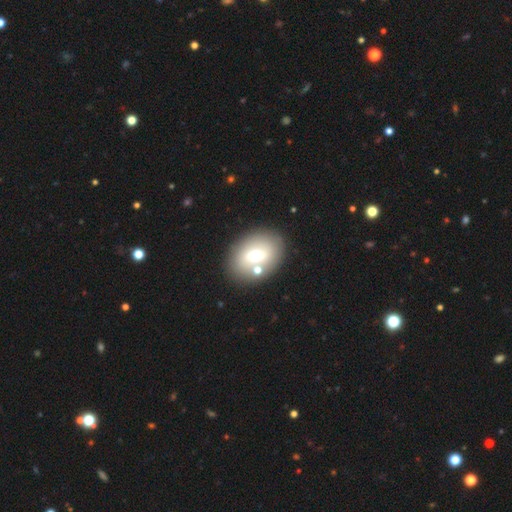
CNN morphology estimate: smooth_or_featured: smooth (p=0.62) [alt: featured or disk p=0.28]
how_rounded: in between (p=0.65) [alt: round p=0.34]
merging: none (p=0.78) [alt: minor disturbance p=0.09]